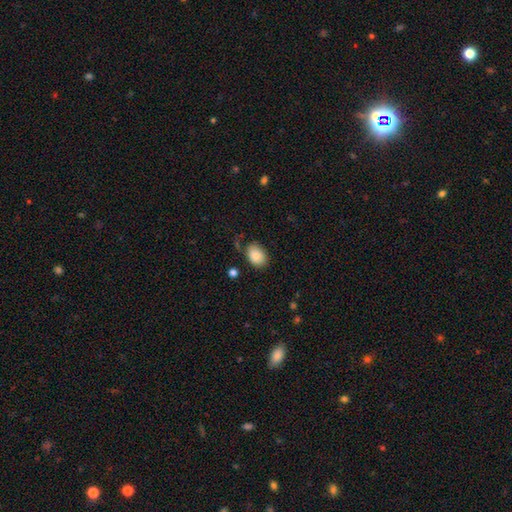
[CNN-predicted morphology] A smooth galaxy with no disk features (86%) that is in between round and cigar-shaped (82%).

Vote fractions:
- Smooth or featured? smooth: 86% / star or artifact: 8% / featured or disk: 7%
- How rounded? in between: 82% / round: 17% / cigar-shaped: 1%
- Merging? none: 72% / minor disturbance: 20% / major disturbance: 5% / merger: 3%